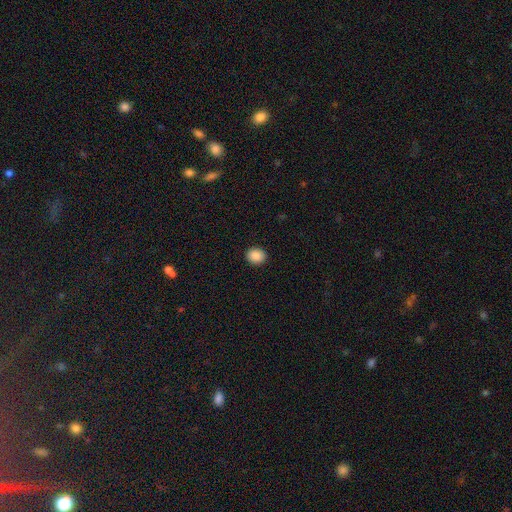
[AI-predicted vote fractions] Morphology: type=smooth (88%); roundness=round (64%); merging=none (92%).